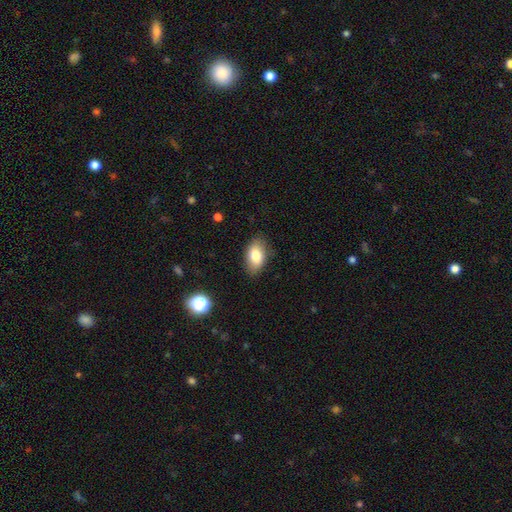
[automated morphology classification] type=smooth (81%); roundness=in between (91%); merging=none (82%).